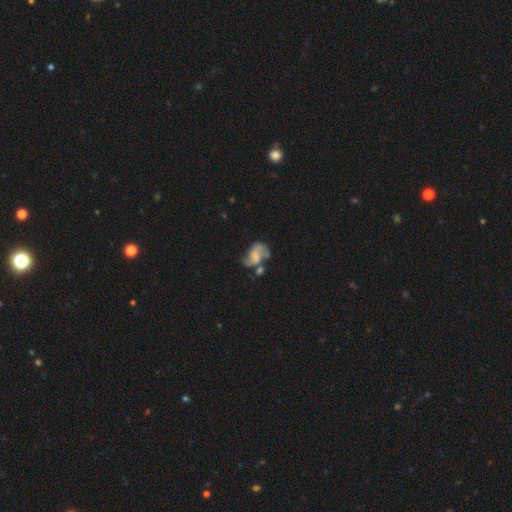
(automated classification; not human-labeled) A featured or disk galaxy (68%) with no bar (54%), 2 (82%) loose (45%) spiral arms (85%) and no central bulge (36%).

Vote fractions:
- Smooth or featured? featured or disk: 68% / smooth: 24% / star or artifact: 8%
- Edge-on disk? no: 98% / yes: 2%
- Bar? no: 54% / weak: 37% / strong: 9%
- Spiral arms? yes: 85% / no: 15%
- Spiral winding? loose: 45% / medium: 41% / tight: 14%
- Spiral arm count? 2: 82% / can't tell: 8% / 1: 6% / 3: 3% / 4: 1% / more than 4: 1%
- Bulge size? none: 36% / small: 30% / moderate: 23% / large: 8% / dominant: 2%
- Merging? none: 36% / merger: 24% / minor disturbance: 20% / major disturbance: 19%